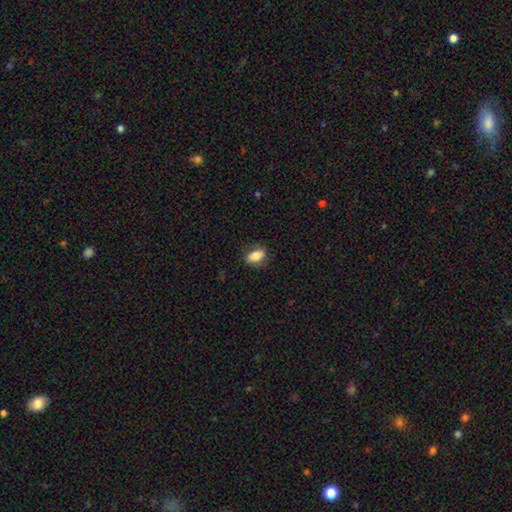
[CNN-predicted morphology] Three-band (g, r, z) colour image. It shows a smooth galaxy with no disk features (80%) that is in between round and cigar-shaped (85%). Merging: none (77%).